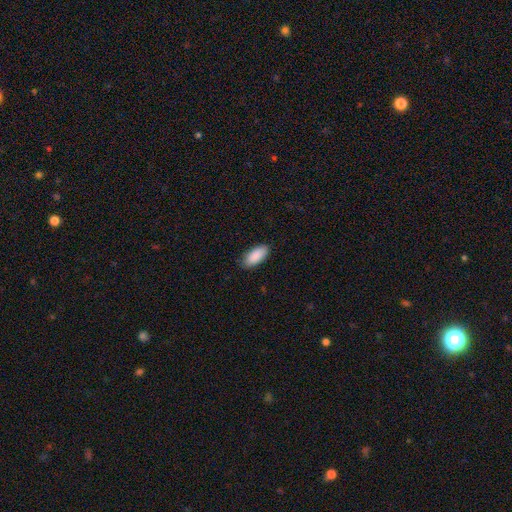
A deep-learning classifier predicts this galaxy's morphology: Overall: smooth (91%). How rounded: in between (89%). Merging: none (86%).